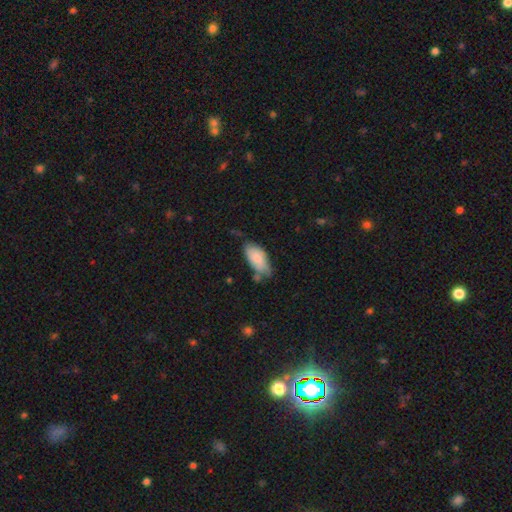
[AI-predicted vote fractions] A smooth galaxy with no disk features (82%) that is in between round and cigar-shaped (91%). Merging: none (50%).